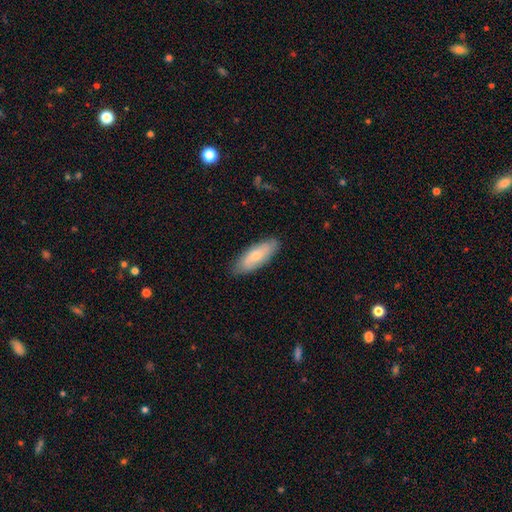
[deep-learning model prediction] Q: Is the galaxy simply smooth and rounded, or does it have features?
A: smooth — 69%.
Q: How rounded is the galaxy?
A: in between — 71%.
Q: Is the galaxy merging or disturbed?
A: none — 84%.